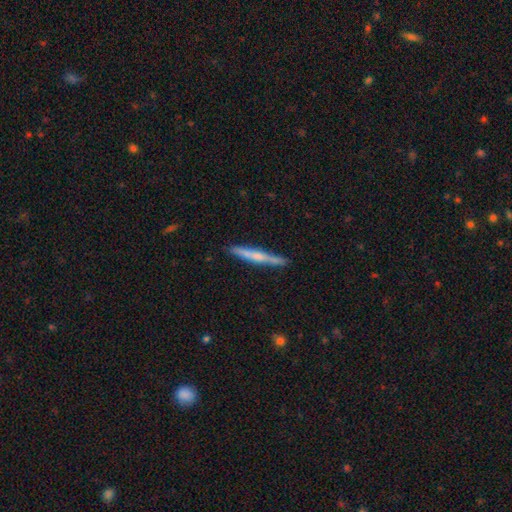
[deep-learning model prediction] Overall: featured or disk (52%; smooth 42%). Edge-on disk: yes (97%). Edge-on bulge: rounded (53%; none 36%). Merging: none (88%).